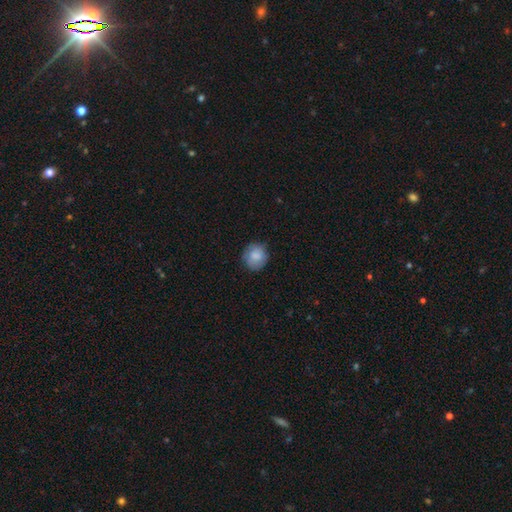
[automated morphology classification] The model was most divided on "merging": none: 81%, minor disturbance: 15%, major disturbance: 3%, merger: 1%. More confident: how rounded — round (86%); smooth or featured — smooth (83%).